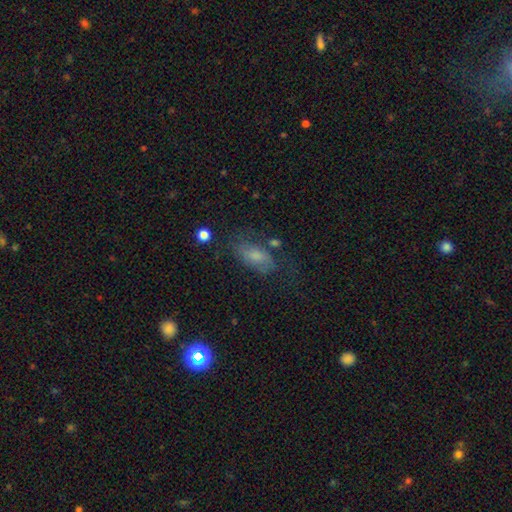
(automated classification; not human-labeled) A smooth galaxy with no disk features (60%) that is in between round and cigar-shaped (86%).

Vote fractions:
- Smooth or featured? smooth: 60% / featured or disk: 26% / star or artifact: 14%
- How rounded? in between: 86% / cigar-shaped: 8% / round: 7%
- Merging? none: 55% / minor disturbance: 24% / major disturbance: 17% / merger: 5%